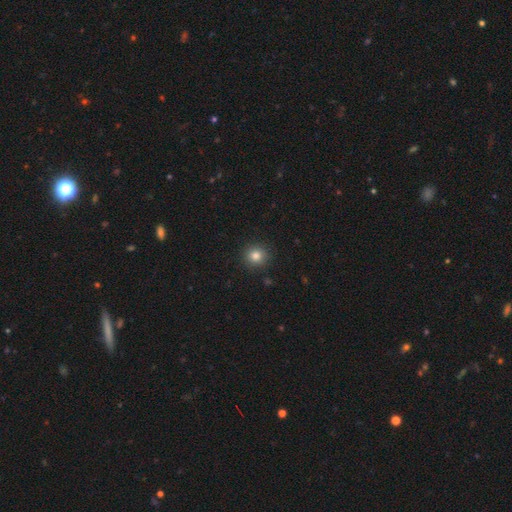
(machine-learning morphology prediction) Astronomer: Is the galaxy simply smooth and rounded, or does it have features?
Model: smooth — 83%.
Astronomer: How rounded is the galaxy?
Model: round — 92%.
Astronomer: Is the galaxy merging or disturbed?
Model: none — 90%.